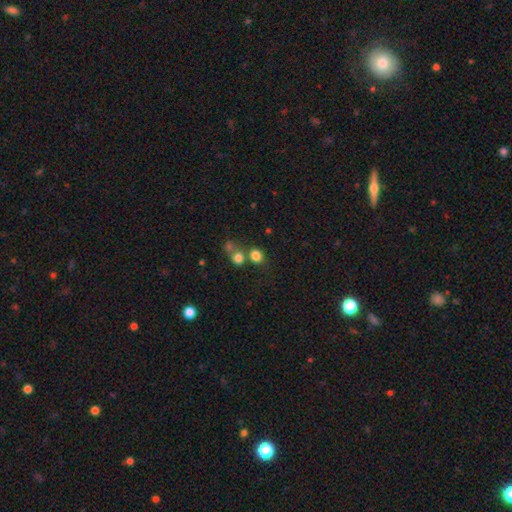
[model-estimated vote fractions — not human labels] This is likely a smooth galaxy (79%). How rounded: likely round (76%). Merging: likely none (60%).